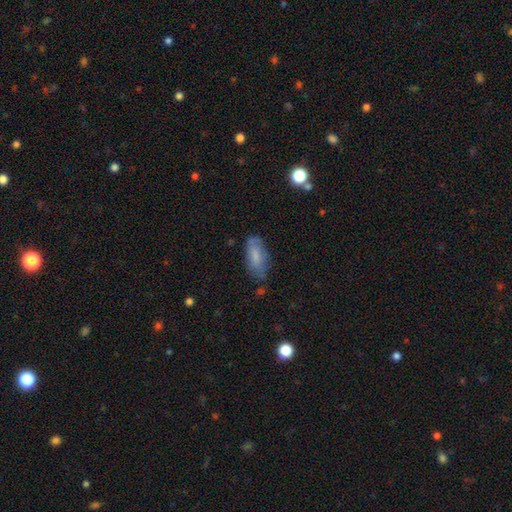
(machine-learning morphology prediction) Overall: smooth (74%). How rounded: in between (84%). Merging: none (65%; minor disturbance 25%).